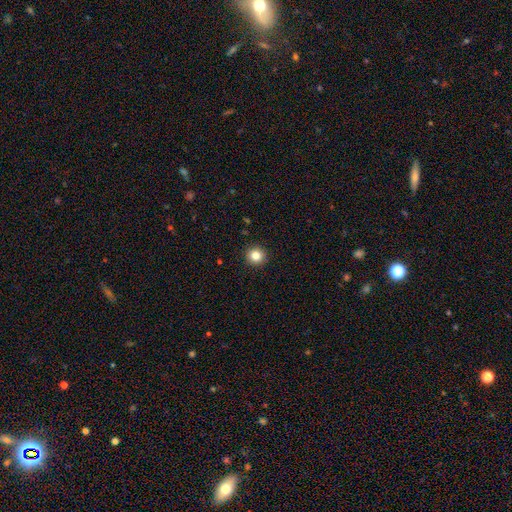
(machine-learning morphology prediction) Smooth or featured? Predicted: smooth (p=0.84). How rounded? Predicted: round (p=0.93). Merging? Predicted: none (p=0.93).